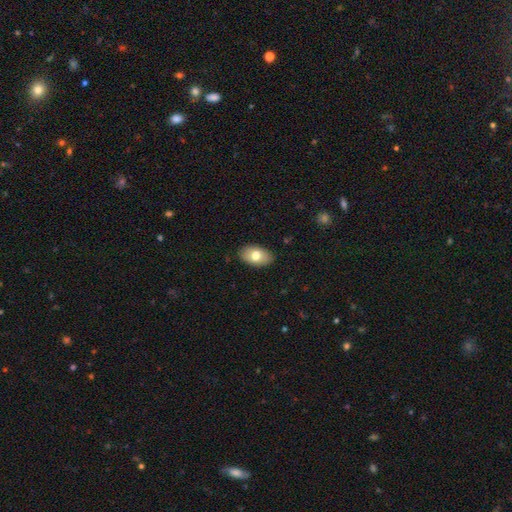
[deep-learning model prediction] smooth 74%, featured or disk 19%, star or artifact 7%. Down the decision tree: how rounded — in between (93%); merging — none (87%).